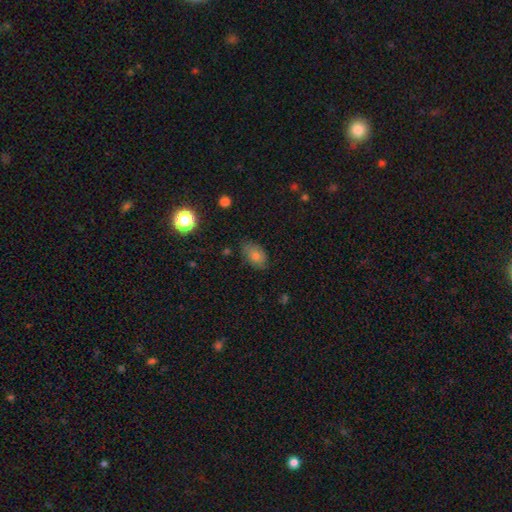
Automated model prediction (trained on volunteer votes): smooth-or-featured: smooth: 68% | featured or disk: 17% | star or artifact: 15%
  how-rounded: in between: 83% | round: 15% | cigar-shaped: 2%
  merging: none: 68% | minor disturbance: 24% | major disturbance: 5% | merger: 2%